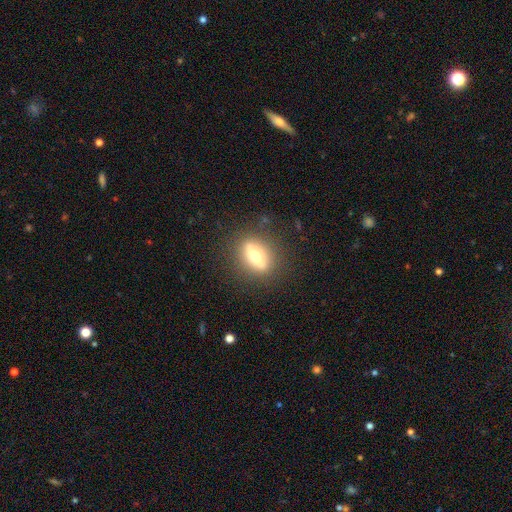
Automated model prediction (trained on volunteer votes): Morphology: type=smooth (49%); merging=none (83%).